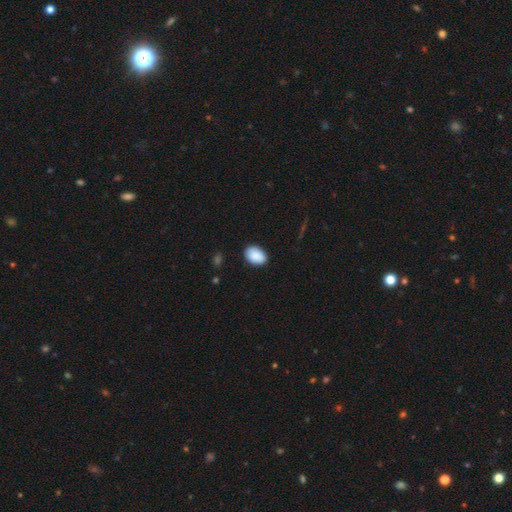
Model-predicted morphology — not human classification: This is clearly a smooth galaxy (90%). How rounded: clearly in between (84%). Merging: clearly none (86%).